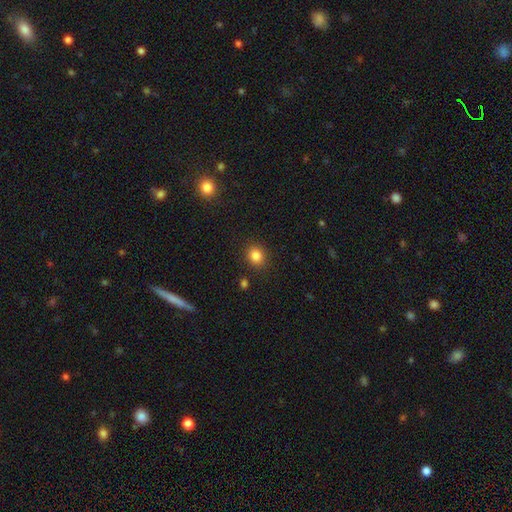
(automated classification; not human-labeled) A smooth galaxy with no disk features (84%) that is round (75%). Merging: none (89%).